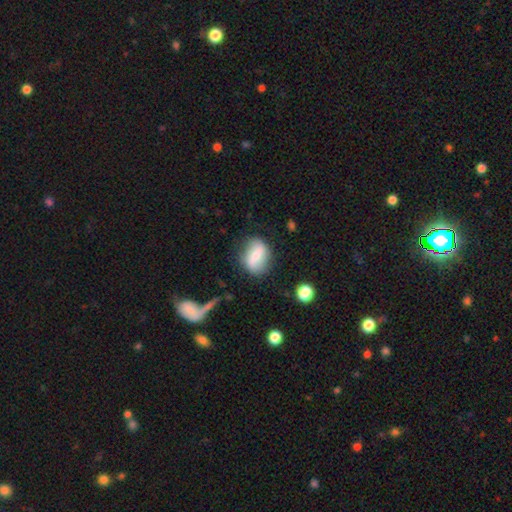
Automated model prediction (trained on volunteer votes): Smooth or featured?
  - smooth: 52% *
  - featured or disk: 40%
  - star or artifact: 8%
How rounded?
  - in between: 69% *
  - round: 28%
  - cigar-shaped: 4%
Merging?
  - none: 75% *
  - minor disturbance: 17%
  - major disturbance: 6%
  - merger: 2%